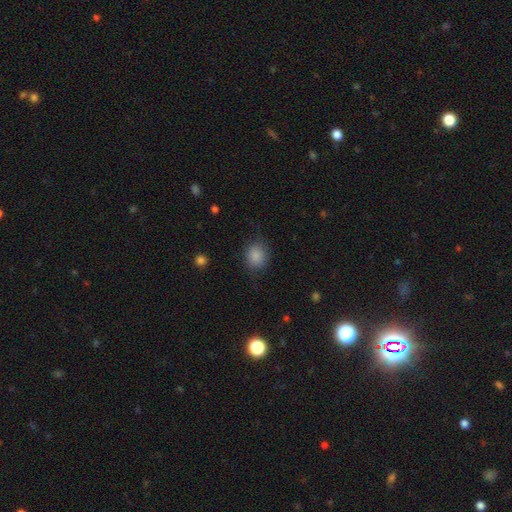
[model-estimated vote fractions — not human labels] Q: Smooth or featured?
A: smooth (86%); runner-up: star or artifact (9%)
Q: How rounded?
A: round (68%); runner-up: in between (31%)
Q: Merging?
A: none (77%); runner-up: minor disturbance (17%)